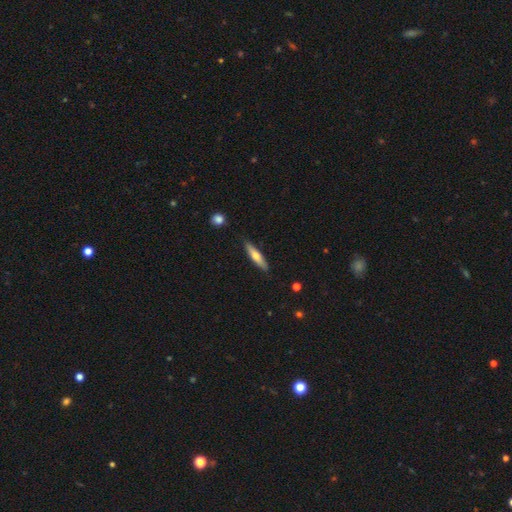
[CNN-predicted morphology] Overall: smooth (54%; featured or disk 40%). How rounded: cigar-shaped (79%). Merging: none (87%).